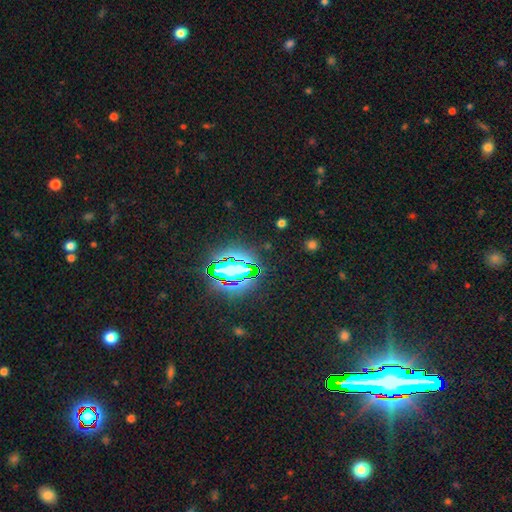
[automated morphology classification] This is clearly a star or artifact rather than a galaxy (83%).